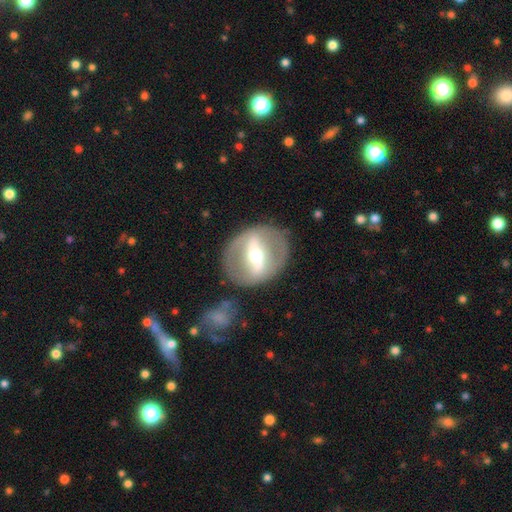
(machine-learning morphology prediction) A featured or disk galaxy (73%) with a strong bar (72%), no spiral arms (68%) and a moderate central bulge (63%). Merging: none (80%).